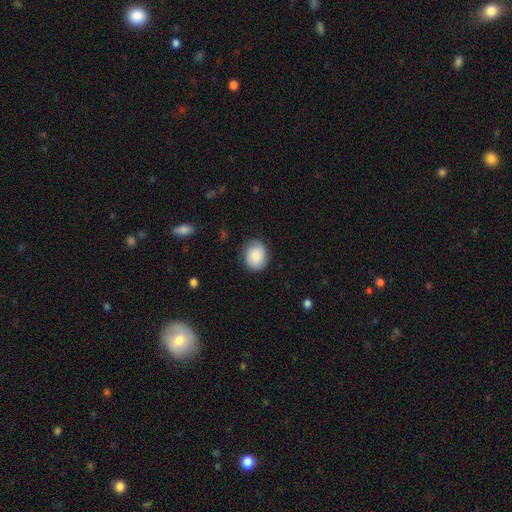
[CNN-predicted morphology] Smooth or featured?
  - smooth: 85% *
  - featured or disk: 9%
  - star or artifact: 7%
How rounded?
  - round: 63% *
  - in between: 37%
  - cigar-shaped: 1%
Merging?
  - none: 84% *
  - minor disturbance: 12%
  - major disturbance: 3%
  - merger: 1%